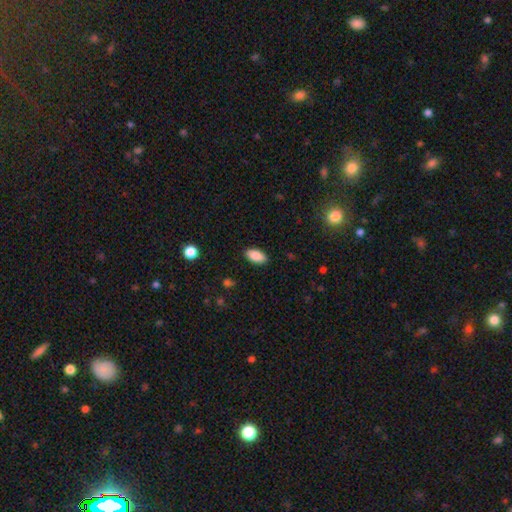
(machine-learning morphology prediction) type=smooth (87%); roundness=in between (93%); merging=none (89%).